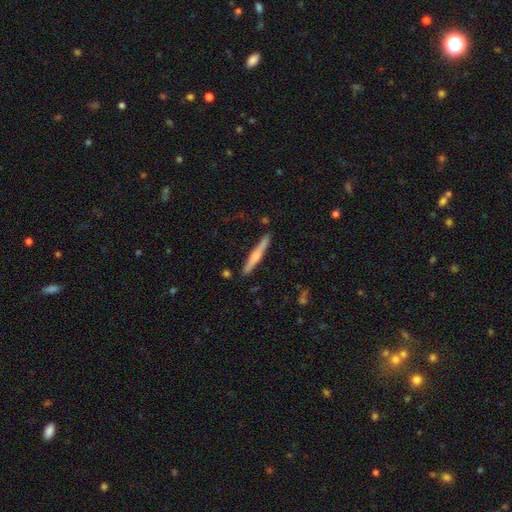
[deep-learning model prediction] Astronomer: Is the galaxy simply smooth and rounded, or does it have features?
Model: featured or disk — 49% (runner-up: smooth, 45%).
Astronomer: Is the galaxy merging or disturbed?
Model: none — 88%.